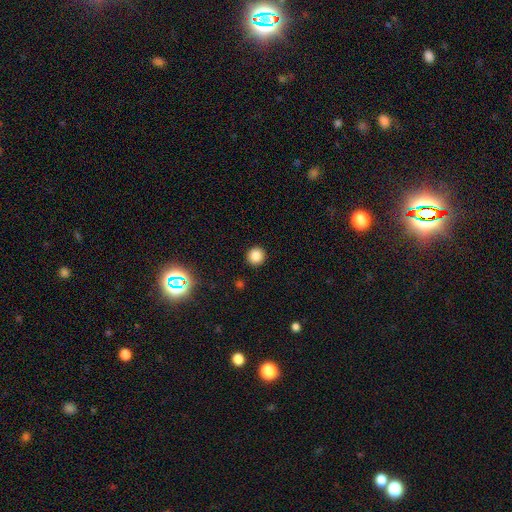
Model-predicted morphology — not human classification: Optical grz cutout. It shows a smooth galaxy with no disk features (85%) that is round (94%). Merging: none (92%).